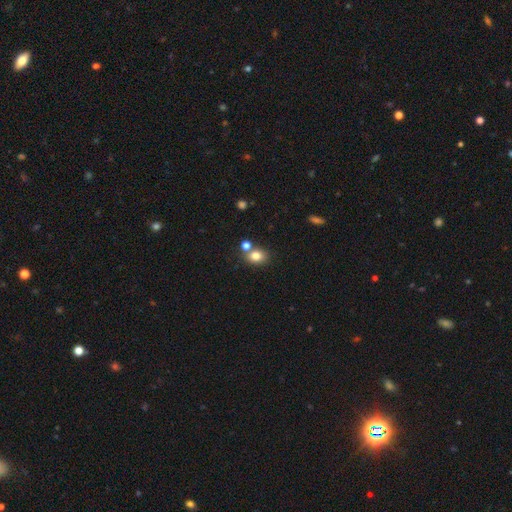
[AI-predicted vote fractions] Smooth or featured? Predicted: smooth (p=0.80). How rounded? Predicted: in between (p=0.50). Merging? Predicted: none (p=0.64).